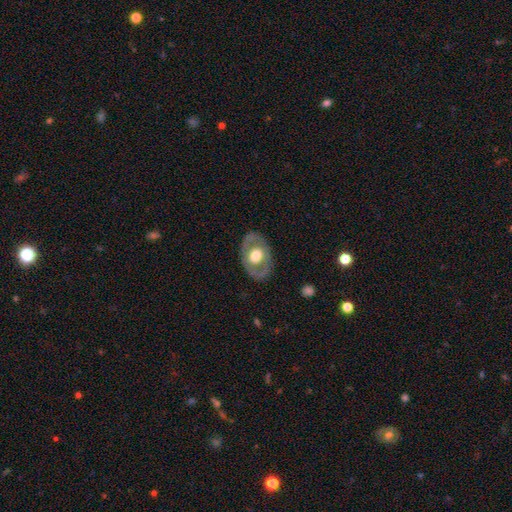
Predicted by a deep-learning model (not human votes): Q: Smooth or featured?
A: featured or disk (55%); runner-up: smooth (40%)
Q: Edge-on disk?
A: no (91%); runner-up: yes (9%)
Q: Bar?
A: no (82%); runner-up: weak (14%)
Q: Spiral arms?
A: no (80%); runner-up: yes (20%)
Q: Bulge size?
A: moderate (48%); runner-up: large (44%)
Q: Merging?
A: none (81%); runner-up: minor disturbance (12%)